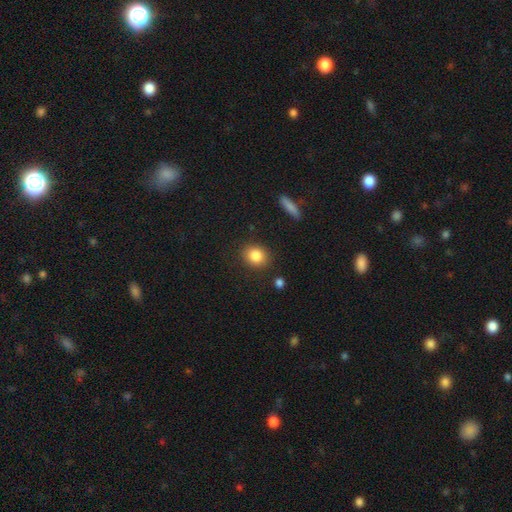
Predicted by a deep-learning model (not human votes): This appears to be a smooth galaxy with no disk features (85%) that is round (67%). Merging: none (86%).